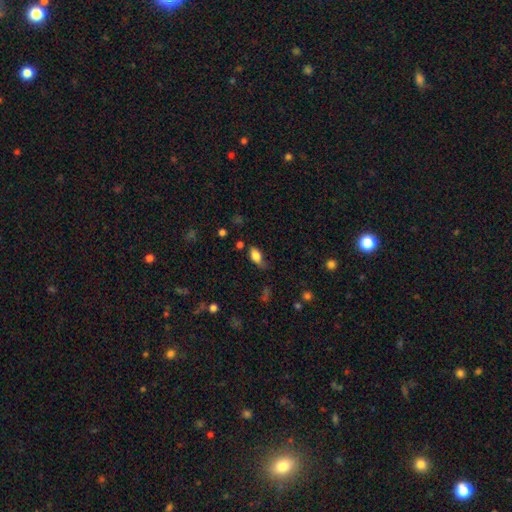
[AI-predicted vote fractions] Smooth or featured? Predicted: smooth (p=0.81). How rounded? Predicted: in between (p=0.88). Merging? Predicted: none (p=0.50).